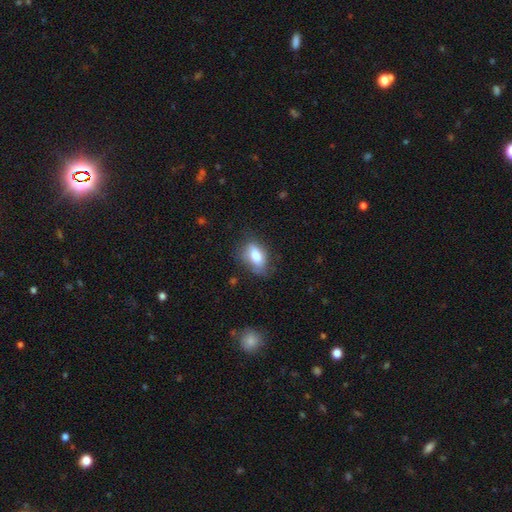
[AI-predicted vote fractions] Smooth or featured? smooth (77%)
How rounded? in between (87%)
Merging? none (61%)